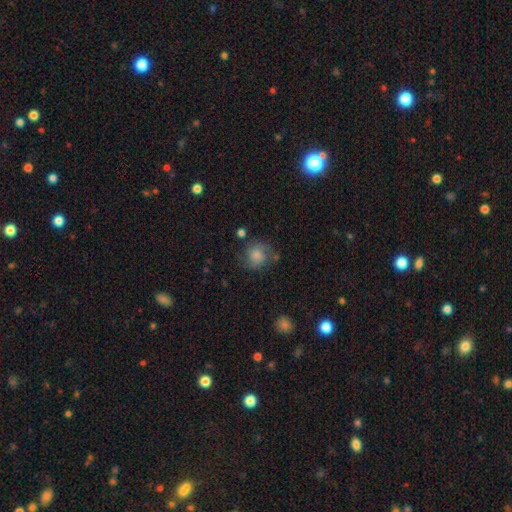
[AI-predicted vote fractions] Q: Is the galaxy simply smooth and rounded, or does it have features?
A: smooth — 48%.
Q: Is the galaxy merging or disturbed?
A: none — 72%.